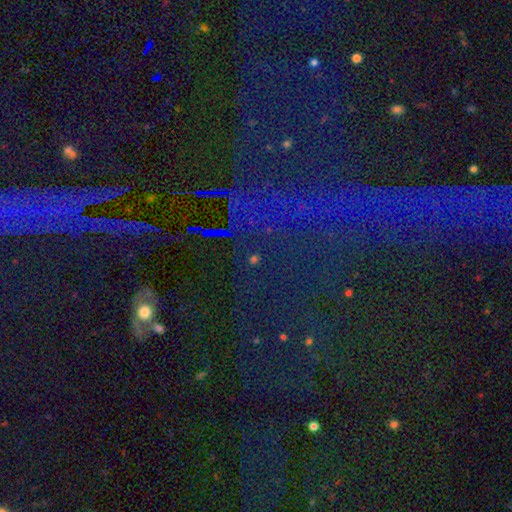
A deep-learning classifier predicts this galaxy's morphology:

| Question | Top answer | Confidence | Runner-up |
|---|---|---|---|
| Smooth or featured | star or artifact | 80% | smooth (11%) |